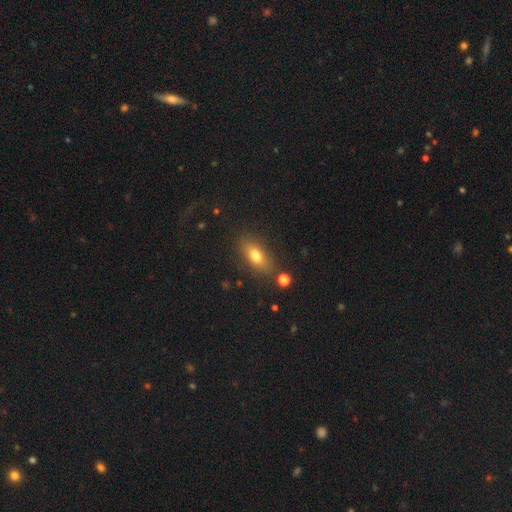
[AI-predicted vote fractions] Overall: smooth (75%). How rounded: in between (78%). Merging: none (81%).